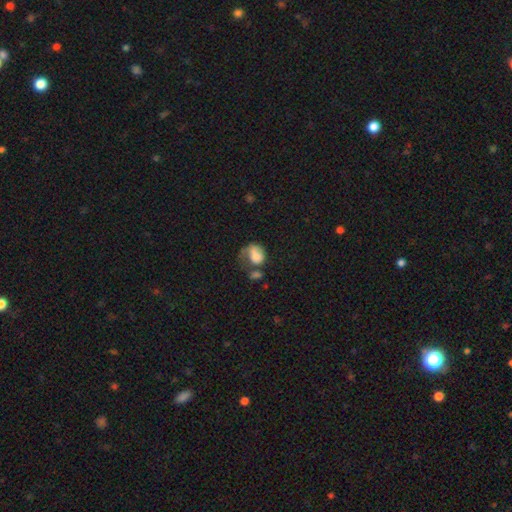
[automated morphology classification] Smooth or featured? Predicted: smooth (p=0.67). How rounded? Predicted: in between (p=0.57). Merging? Predicted: major disturbance (p=0.39).